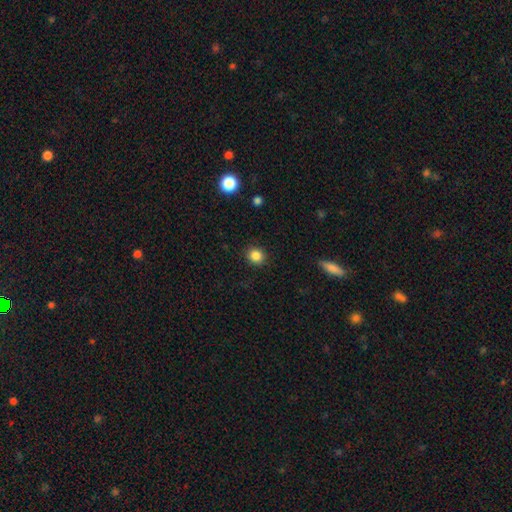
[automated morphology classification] Smooth or featured?
  - smooth: 85% *
  - star or artifact: 11%
  - featured or disk: 4%
How rounded?
  - round: 85% *
  - in between: 14%
  - cigar-shaped: 1%
Merging?
  - none: 90% *
  - minor disturbance: 7%
  - major disturbance: 2%
  - merger: 1%